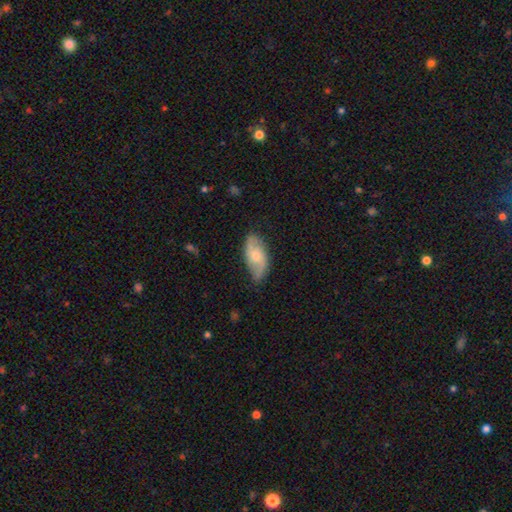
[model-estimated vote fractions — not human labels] smooth_or_featured: featured or disk (p=0.53) [alt: smooth p=0.41]
disk_edge_on: no (p=0.90) [alt: yes p=0.10]
merging: none (p=0.73) [alt: minor disturbance p=0.22]